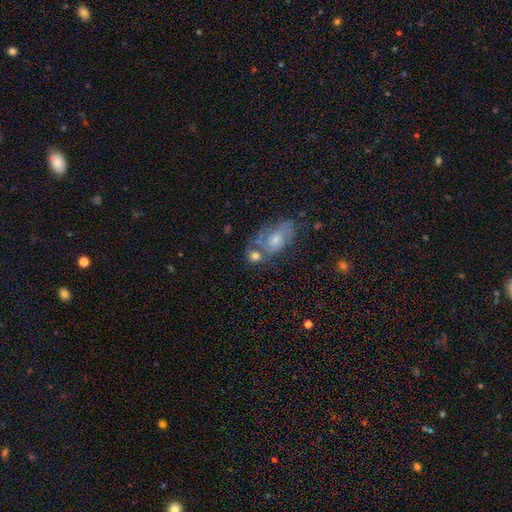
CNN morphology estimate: smooth_or_featured: featured or disk (p=0.53) [alt: smooth p=0.34]
disk_edge_on: no (p=0.94) [alt: yes p=0.06]
bar: no (p=0.75) [alt: weak p=0.21]
has_spiral_arms: yes (p=0.70) [alt: no p=0.30]
bulge_size: moderate (p=0.44) [alt: small p=0.41]
merging: none (p=0.42) [alt: merger p=0.26]